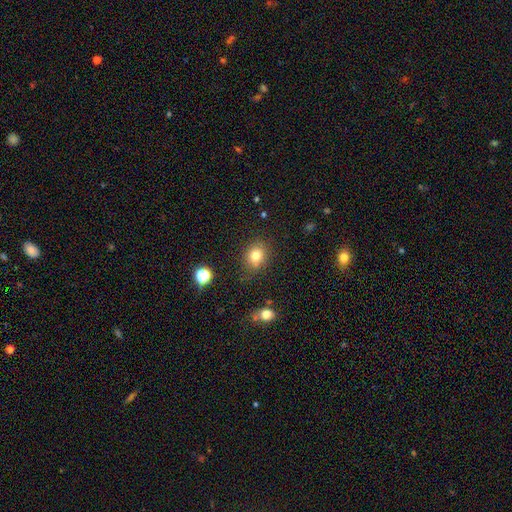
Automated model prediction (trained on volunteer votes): Smooth or featured: smooth — 78% (star or artifact — 13%)
How rounded: round — 60% (in between — 39%)
Merging: none — 80% (minor disturbance — 14%)